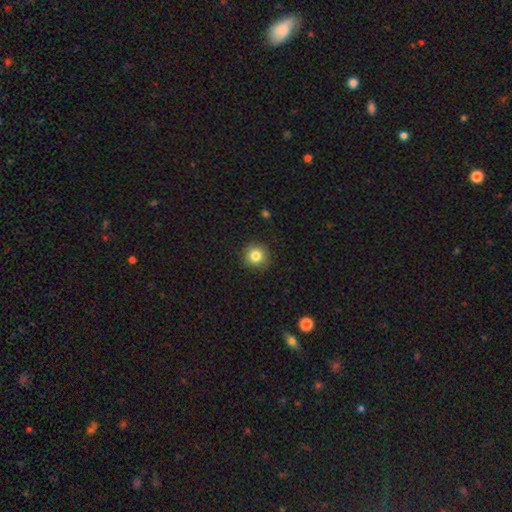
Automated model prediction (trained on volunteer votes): A smooth galaxy with no disk features (83%) that is round (93%). Merging: none (90%).